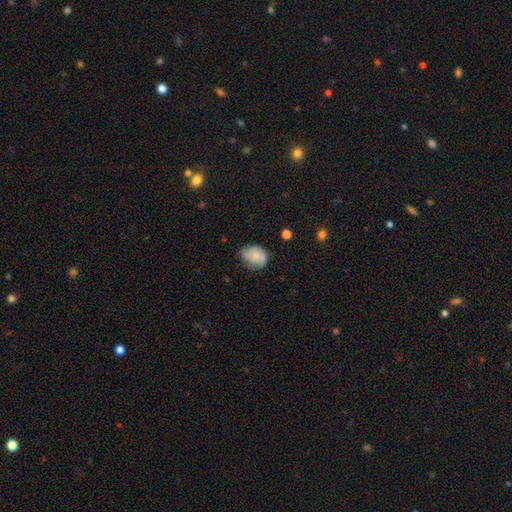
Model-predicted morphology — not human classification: Smooth or featured? smooth (74%)
How rounded? in between (58%)
Merging? none (51%)